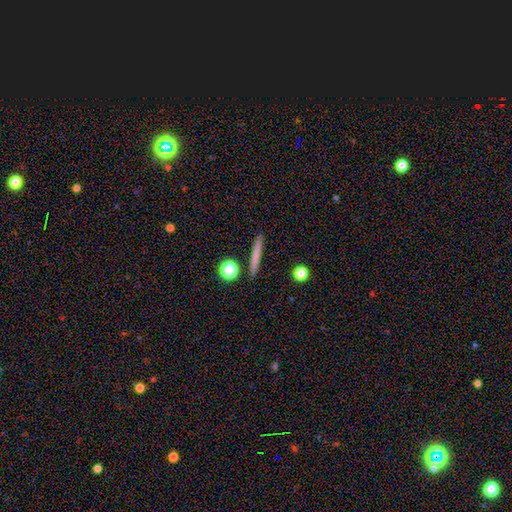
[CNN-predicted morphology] smooth 69%, featured or disk 23%, star or artifact 8%. Down the decision tree: how rounded — cigar-shaped (92%); merging — none (90%).